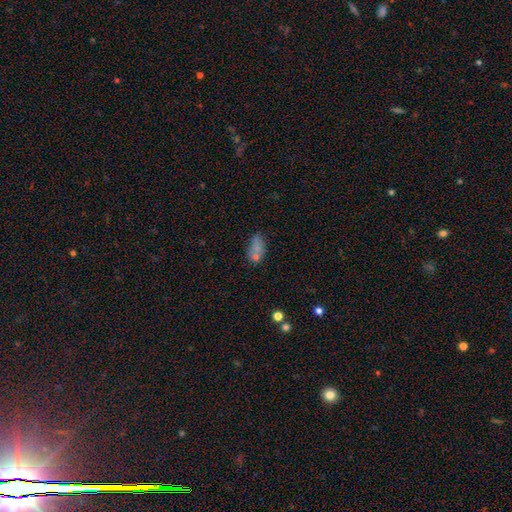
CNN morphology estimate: Smooth or featured? Predicted: smooth (p=0.68). How rounded? Predicted: in between (p=0.79). Merging? Predicted: none (p=0.47).